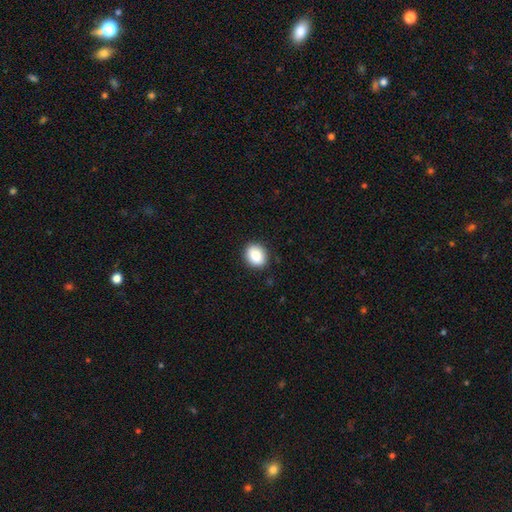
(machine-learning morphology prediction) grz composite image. It shows a smooth galaxy with no disk features (87%) that is in between round and cigar-shaped (50%). Merging: none (88%).